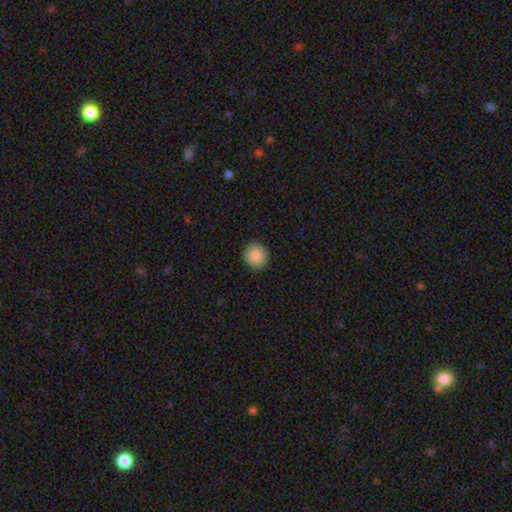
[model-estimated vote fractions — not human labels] smooth_or_featured: smooth (p=0.88) [alt: star or artifact p=0.08]
how_rounded: round (p=0.90) [alt: in between p=0.09]
merging: none (p=0.91) [alt: minor disturbance p=0.06]